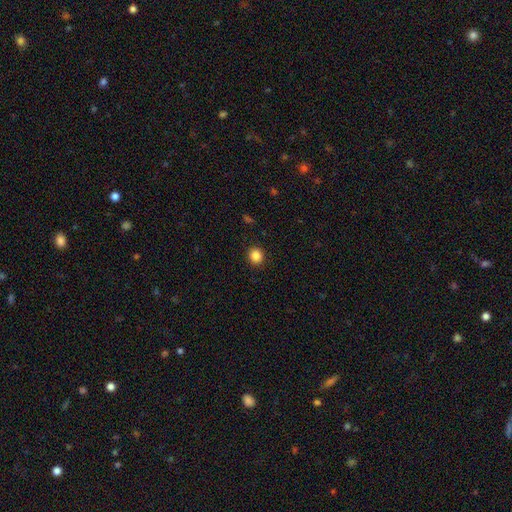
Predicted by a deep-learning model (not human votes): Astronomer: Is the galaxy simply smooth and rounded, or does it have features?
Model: smooth — 86%.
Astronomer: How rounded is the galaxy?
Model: round — 85%.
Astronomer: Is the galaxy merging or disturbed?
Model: none — 92%.